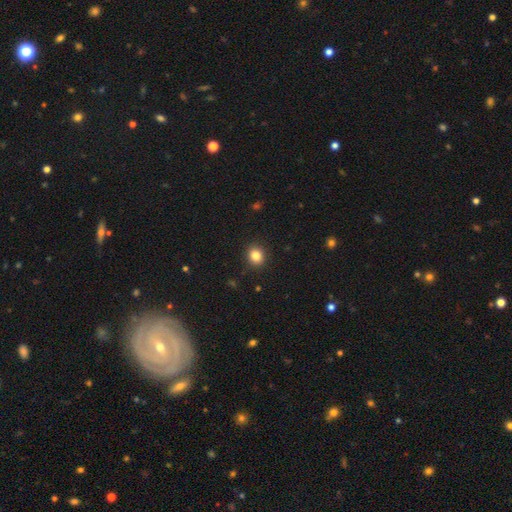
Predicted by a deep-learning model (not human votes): This appears to be a smooth galaxy with no disk features (85%) that is round (75%). Merging: none (90%).